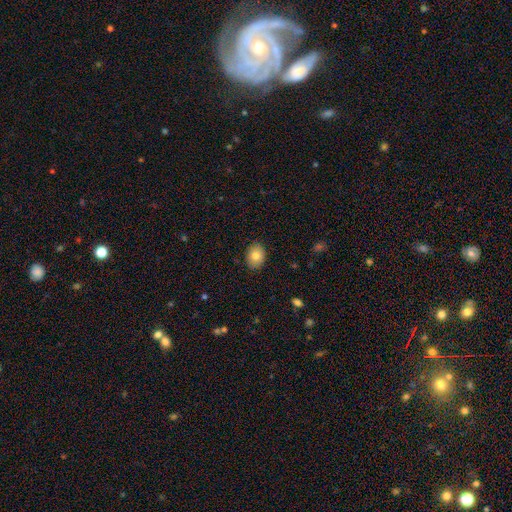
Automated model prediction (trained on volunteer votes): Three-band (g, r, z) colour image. It shows a smooth galaxy with no disk features (80%) that is in between round and cigar-shaped (70%). Merging: none (88%).